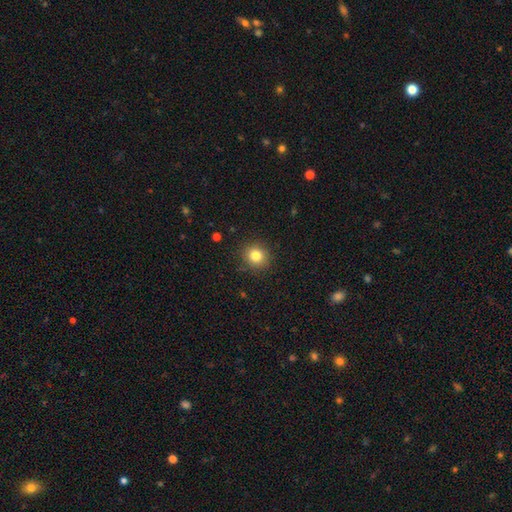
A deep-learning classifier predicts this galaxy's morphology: A smooth galaxy with no disk features (82%) that is round (88%).

Vote fractions:
- Smooth or featured? smooth: 82% / star or artifact: 11% / featured or disk: 6%
- How rounded? round: 88% / in between: 11% / cigar-shaped: 1%
- Merging? none: 90% / minor disturbance: 7% / major disturbance: 2% / merger: 1%